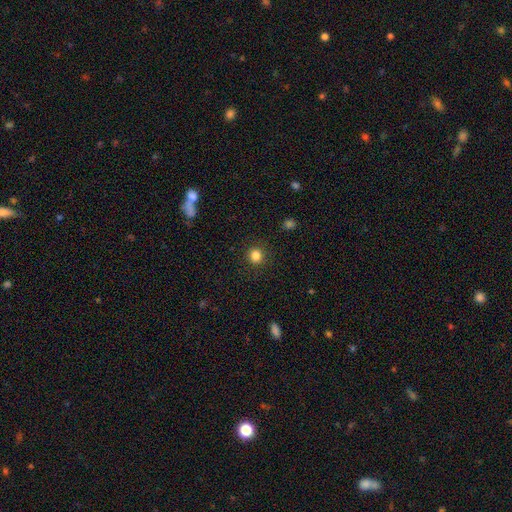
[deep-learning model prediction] A smooth galaxy with no disk features (84%) that is round (93%). Merging: none (91%).